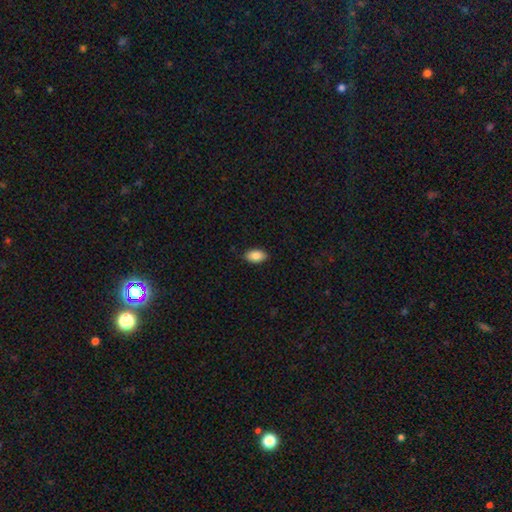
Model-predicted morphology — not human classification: Smooth or featured? smooth (86%)
How rounded? in between (92%)
Merging? none (86%)